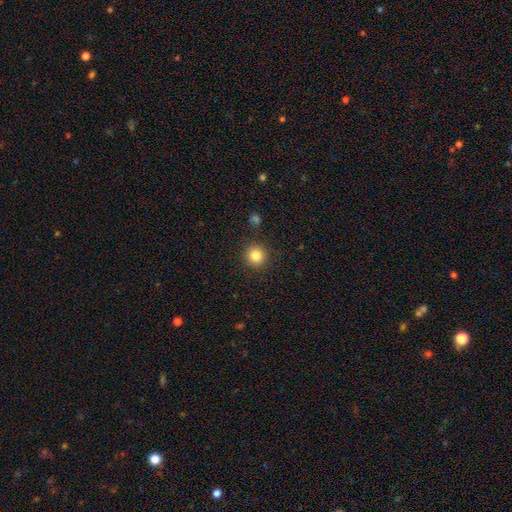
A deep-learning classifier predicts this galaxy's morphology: This is clearly a smooth galaxy (83%). How rounded: clearly round (94%). Merging: clearly none (90%).